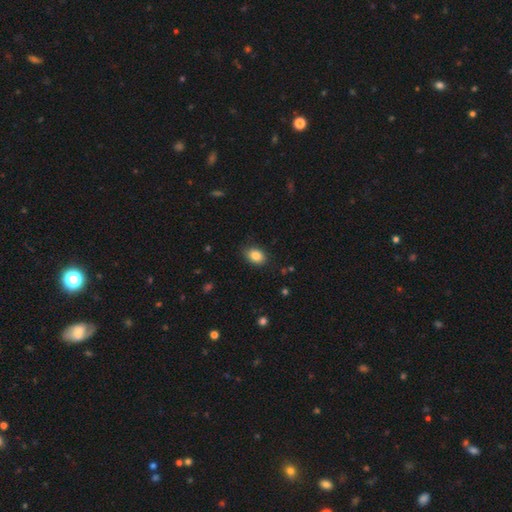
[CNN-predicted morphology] Smooth or featured?
  - smooth: 85% *
  - star or artifact: 8%
  - featured or disk: 6%
How rounded?
  - in between: 78% *
  - round: 21%
  - cigar-shaped: 1%
Merging?
  - none: 84% *
  - minor disturbance: 13%
  - major disturbance: 3%
  - merger: 1%